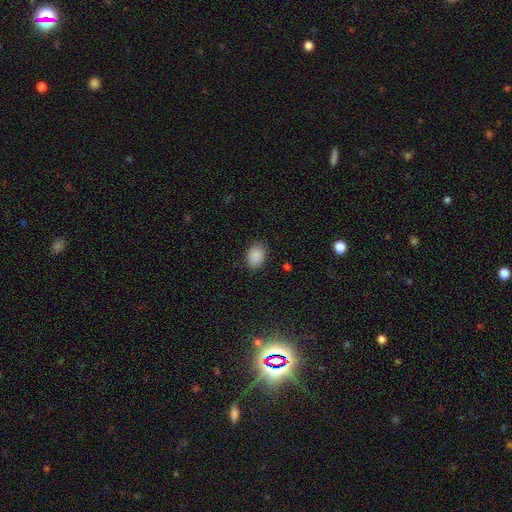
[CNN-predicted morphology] A smooth galaxy with no disk features (89%) that is in between round and cigar-shaped (70%). Merging: none (86%).